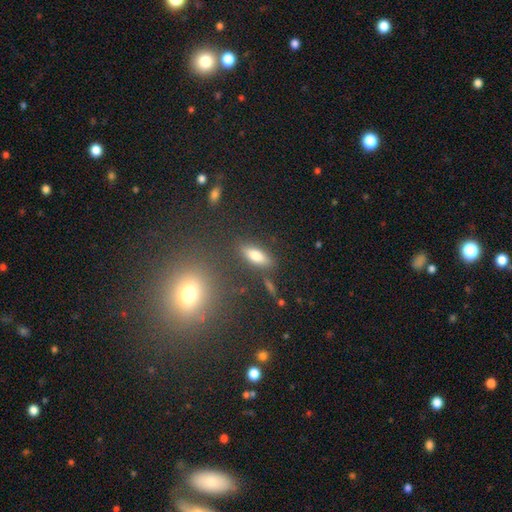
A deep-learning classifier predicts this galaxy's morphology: Smooth or featured: smooth — 77% (featured or disk — 14%)
How rounded: in between — 70% (cigar-shaped — 26%)
Merging: none — 81% (minor disturbance — 11%)